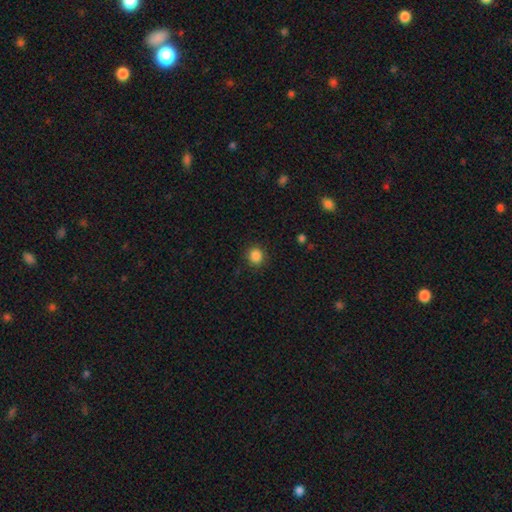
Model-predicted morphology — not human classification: Q: Smooth or featured?
A: smooth (86%); runner-up: star or artifact (11%)
Q: How rounded?
A: round (87%); runner-up: in between (12%)
Q: Merging?
A: none (89%); runner-up: minor disturbance (8%)